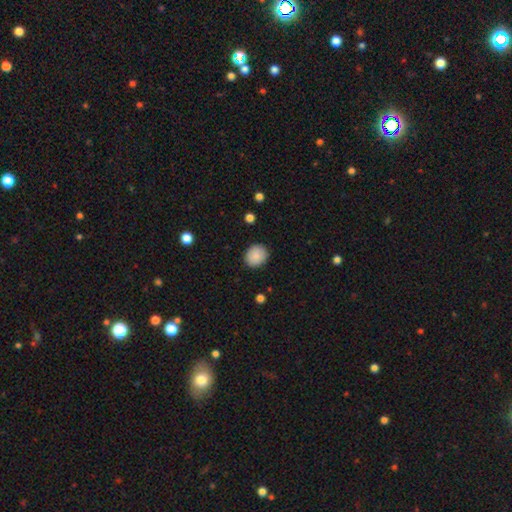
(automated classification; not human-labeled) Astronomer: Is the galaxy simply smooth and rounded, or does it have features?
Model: smooth — 88%.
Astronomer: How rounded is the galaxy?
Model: round — 74%.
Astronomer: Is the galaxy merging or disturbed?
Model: none — 89%.